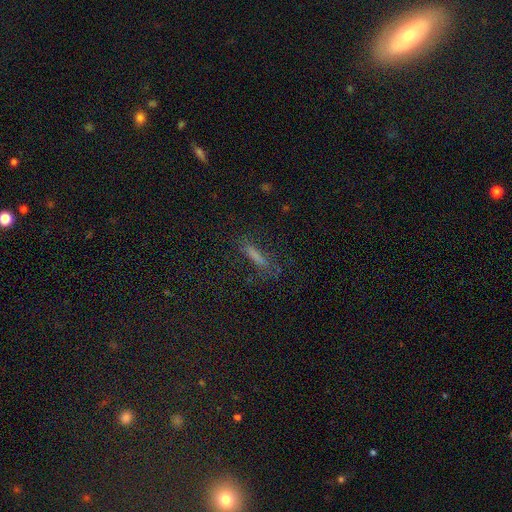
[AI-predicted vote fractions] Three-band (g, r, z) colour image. It shows a smooth galaxy with no disk features (59%) that is cigar-shaped (80%). Merging: none (71%).